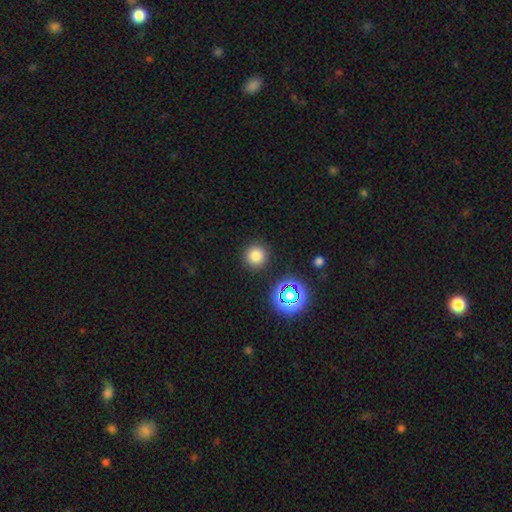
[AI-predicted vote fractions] A smooth galaxy with no disk features (77%) that is round (95%).

Vote fractions:
- Smooth or featured? smooth: 77% / star or artifact: 17% / featured or disk: 6%
- How rounded? round: 95% / in between: 4% / cigar-shaped: 1%
- Merging? none: 90% / minor disturbance: 6% / major disturbance: 2% / merger: 2%